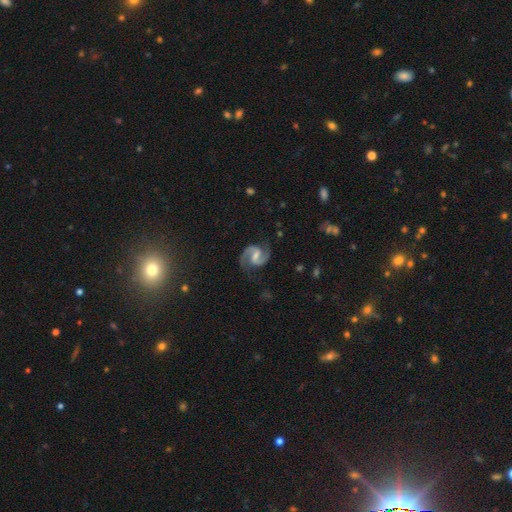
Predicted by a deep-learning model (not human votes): Morphology: type=featured or disk (92%); edge-on=no (98%); bar=weak (53%); spiral arms=yes (98%); winding=medium (64%); arm count=2 (95%); bulge=small (40%); merging=none (81%).